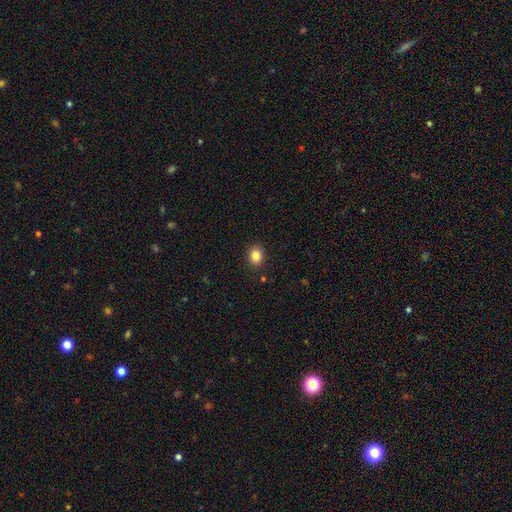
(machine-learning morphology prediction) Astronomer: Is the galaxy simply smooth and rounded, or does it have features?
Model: smooth — 85%.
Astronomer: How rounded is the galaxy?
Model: round — 53% (runner-up: in between, 46%).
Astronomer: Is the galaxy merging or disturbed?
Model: none — 89%.